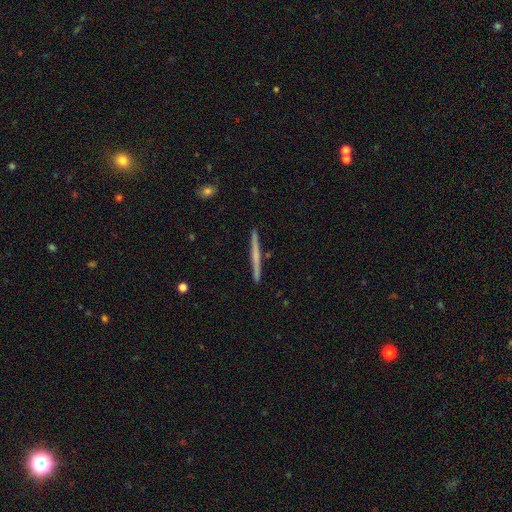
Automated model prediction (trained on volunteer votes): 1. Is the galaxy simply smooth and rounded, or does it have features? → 50% featured or disk, 45% smooth, 5% star or artifact.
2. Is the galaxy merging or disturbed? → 92% none, 5% minor disturbance, 1% merger, 1% major disturbance.